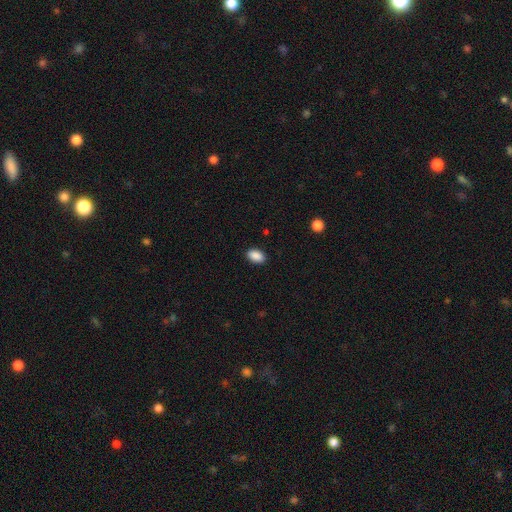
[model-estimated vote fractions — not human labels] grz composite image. It shows a smooth galaxy with no disk features (90%) that is in between round and cigar-shaped (91%). Merging: none (89%).